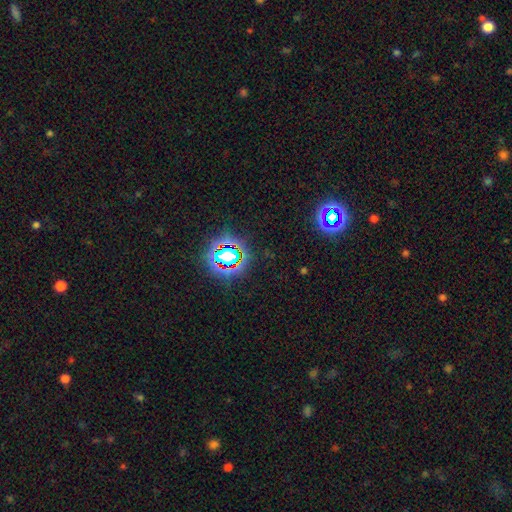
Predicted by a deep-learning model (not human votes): Smooth or featured?
  - star or artifact: 77% *
  - smooth: 15%
  - featured or disk: 8%